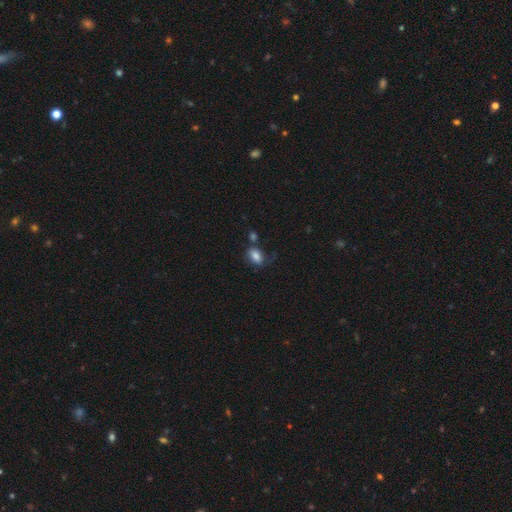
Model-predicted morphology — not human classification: The model was most divided on "merging": none: 48%, minor disturbance: 22%, merger: 17%, major disturbance: 13%. More confident: how rounded — in between (83%); smooth or featured — smooth (79%).